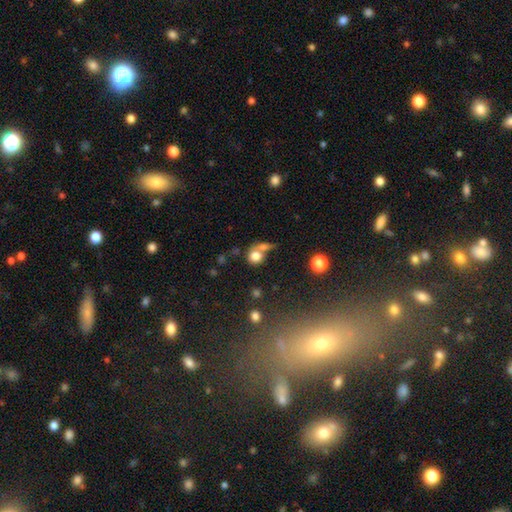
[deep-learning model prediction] The model was most divided on "merging" (2-way tie): merger: 41%, none: 41%, minor disturbance: 11%, major disturbance: 8%. More confident: how rounded — round (82%); smooth or featured — smooth (77%).